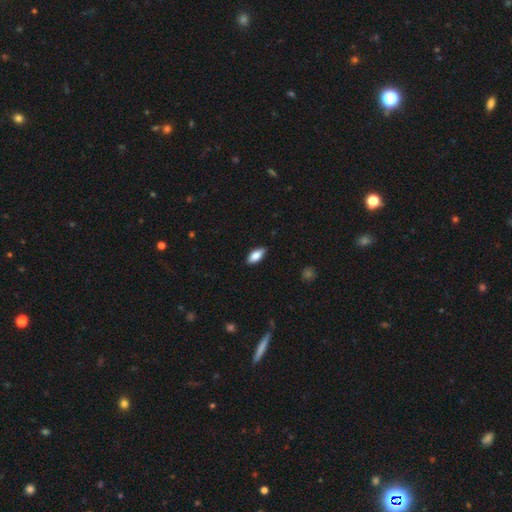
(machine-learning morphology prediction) A smooth galaxy with no disk features (81%) that is in between round and cigar-shaped (85%). Merging: none (85%).